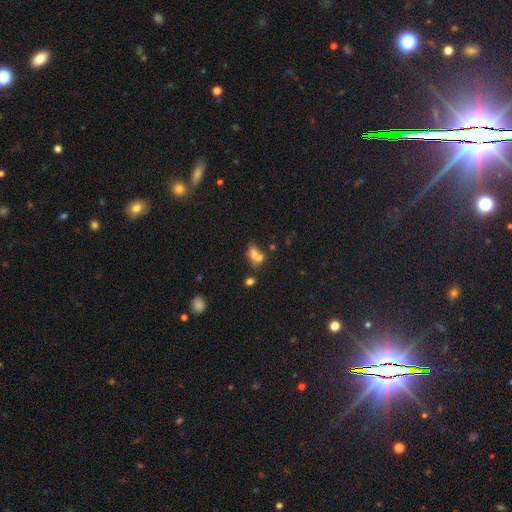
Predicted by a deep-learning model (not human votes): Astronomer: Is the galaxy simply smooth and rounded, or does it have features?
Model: smooth — 64%.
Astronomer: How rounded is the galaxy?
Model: in between — 63%.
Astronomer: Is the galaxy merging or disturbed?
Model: merger — 61%.